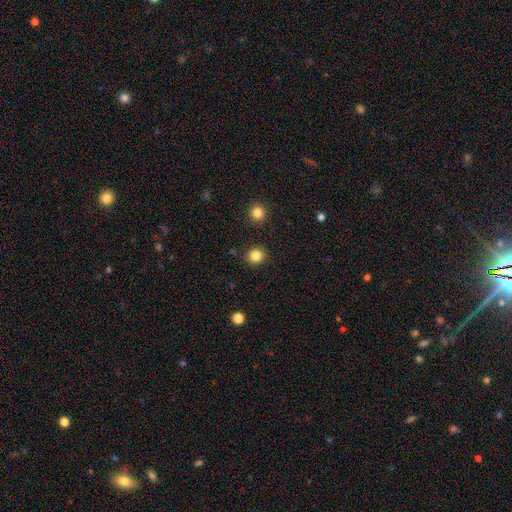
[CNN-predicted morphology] A smooth galaxy with no disk features (83%) that is round (90%).

Vote fractions:
- Smooth or featured? smooth: 83% / star or artifact: 12% / featured or disk: 5%
- How rounded? round: 90% / in between: 9% / cigar-shaped: 1%
- Merging? none: 91% / minor disturbance: 6% / major disturbance: 2% / merger: 2%